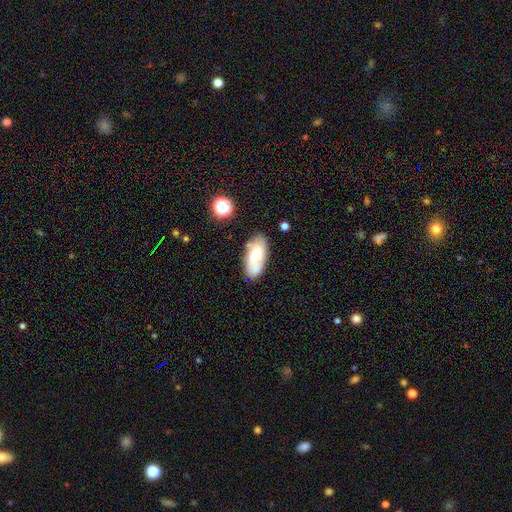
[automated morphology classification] The model was most divided on "smooth or featured": smooth: 57%, featured or disk: 35%, star or artifact: 8%. More confident: how rounded — in between (90%); merging — none (71%).